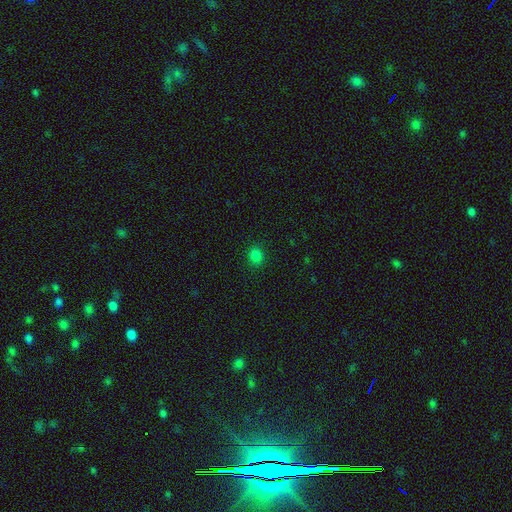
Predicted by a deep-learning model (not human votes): Morphology: type=smooth (81%); roundness=round (62%); merging=none (89%).